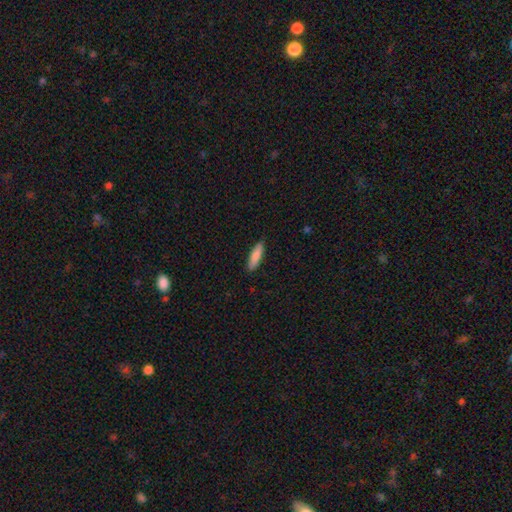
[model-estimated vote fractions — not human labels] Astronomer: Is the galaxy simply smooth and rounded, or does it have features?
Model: smooth — 83%.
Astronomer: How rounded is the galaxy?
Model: cigar-shaped — 62%.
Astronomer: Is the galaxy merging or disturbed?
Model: none — 89%.